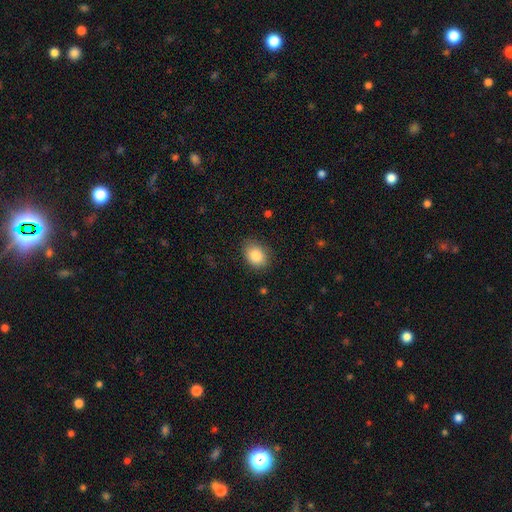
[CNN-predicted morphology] Smooth or featured: smooth — 85% (star or artifact — 8%)
How rounded: in between — 67% (round — 32%)
Merging: none — 82% (minor disturbance — 14%)